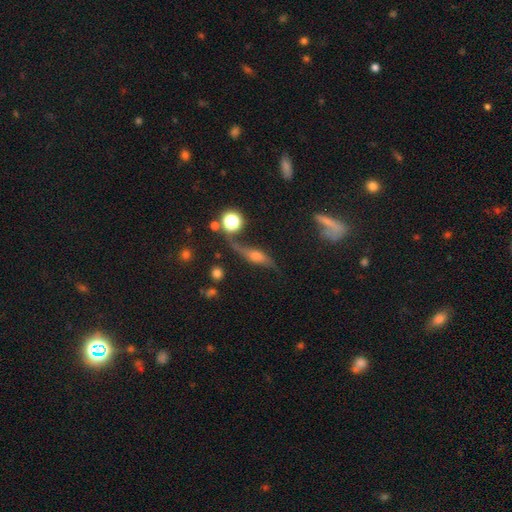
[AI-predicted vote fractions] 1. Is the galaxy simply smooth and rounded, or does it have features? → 68% featured or disk, 20% smooth, 12% star or artifact.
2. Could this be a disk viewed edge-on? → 54% yes, 46% no.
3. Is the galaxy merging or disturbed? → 57% none, 21% minor disturbance, 15% major disturbance, 7% merger.